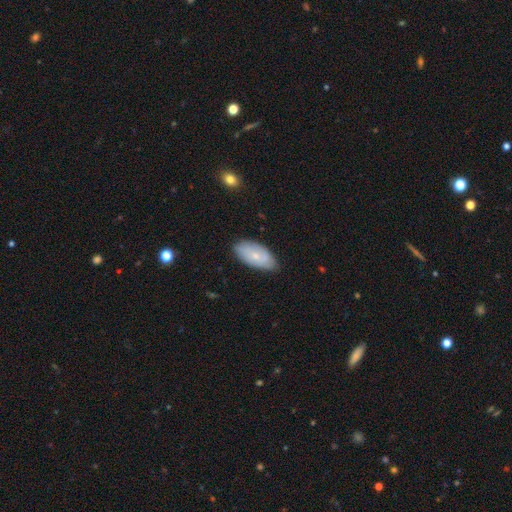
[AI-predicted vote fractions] Smooth or featured?
  - smooth: 58% *
  - featured or disk: 35%
  - star or artifact: 6%
How rounded?
  - in between: 93% *
  - cigar-shaped: 4%
  - round: 3%
Merging?
  - none: 78% *
  - minor disturbance: 18%
  - major disturbance: 3%
  - merger: 1%